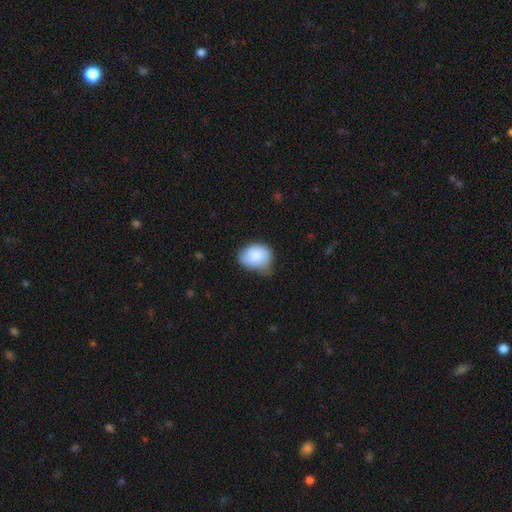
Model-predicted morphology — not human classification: Q: Smooth or featured?
A: smooth (84%); runner-up: featured or disk (9%)
Q: How rounded?
A: in between (56%); runner-up: round (43%)
Q: Merging?
A: minor disturbance (47%); runner-up: none (39%)